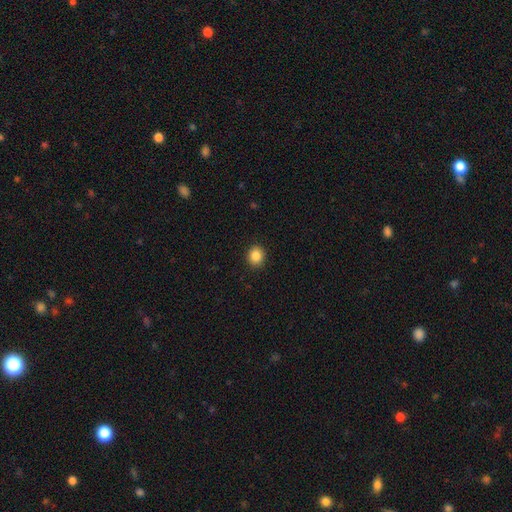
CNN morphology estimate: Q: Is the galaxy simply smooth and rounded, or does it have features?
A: smooth — 87%.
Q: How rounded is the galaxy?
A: round — 80%.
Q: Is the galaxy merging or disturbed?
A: none — 91%.